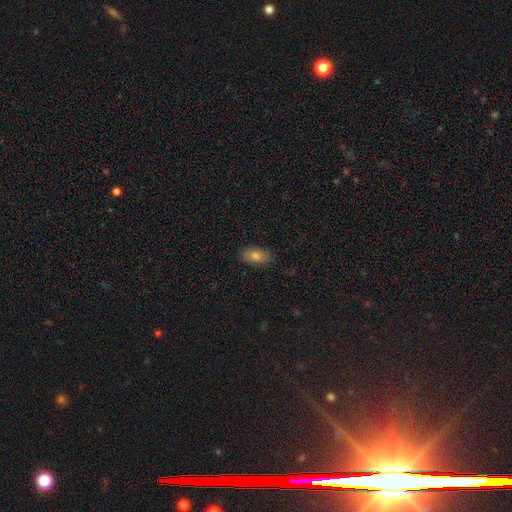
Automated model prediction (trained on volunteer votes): Smooth or featured: smooth — 76% (featured or disk — 13%)
How rounded: in between — 90% (round — 5%)
Merging: none — 86% (minor disturbance — 11%)